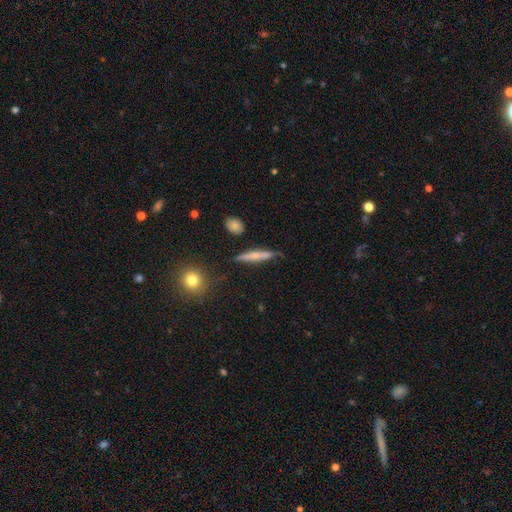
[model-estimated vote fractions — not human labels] Smooth or featured?
  - smooth: 55% *
  - featured or disk: 37%
  - star or artifact: 8%
How rounded?
  - cigar-shaped: 88% *
  - in between: 8%
  - round: 3%
Merging?
  - none: 78% *
  - minor disturbance: 16%
  - major disturbance: 3%
  - merger: 3%